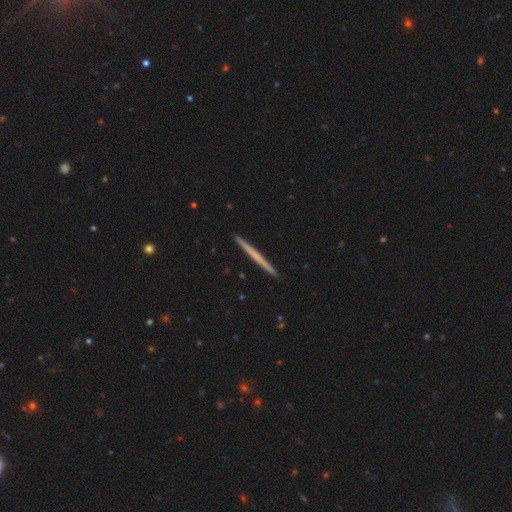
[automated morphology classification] The model was most divided on "smooth or featured": smooth: 48%, featured or disk: 47%, star or artifact: 5%. More confident: merging — none (93%).